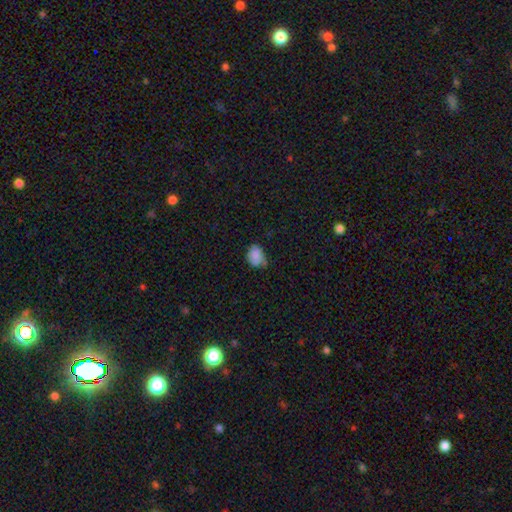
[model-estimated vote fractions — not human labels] Morphology: type=smooth (83%); roundness=in between (60%); merging=none (52%).